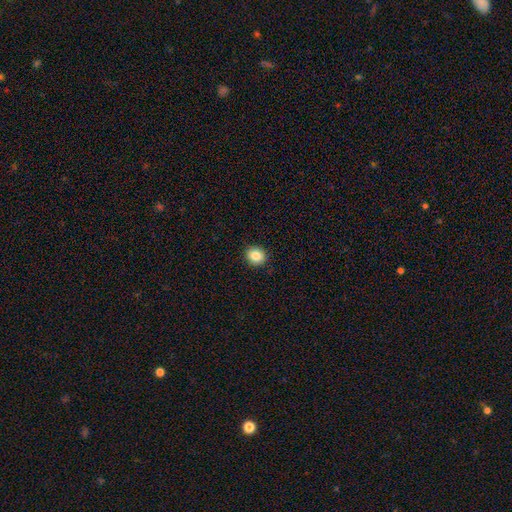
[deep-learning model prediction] Smooth or featured: smooth — 85% (star or artifact — 10%)
How rounded: round — 77% (in between — 22%)
Merging: none — 91% (minor disturbance — 6%)